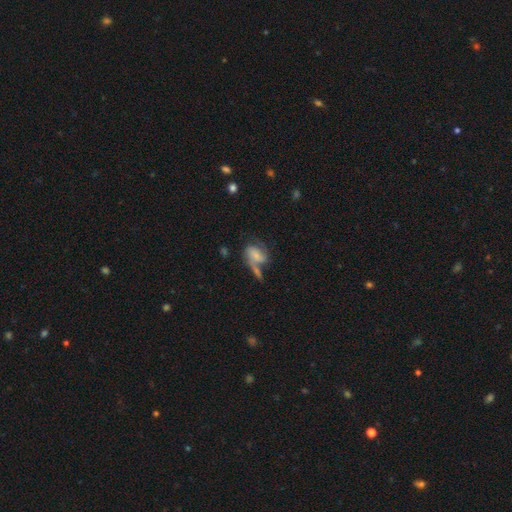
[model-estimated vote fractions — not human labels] Smooth or featured: featured or disk — 54% (smooth — 38%)
Edge-on disk: no — 96% (yes — 4%)
Bar: no — 52% (weak — 35%)
Spiral arms: yes — 79% (no — 21%)
Bulge size: small — 49% (moderate — 26%)
Merging: none — 32% (merger — 28%)